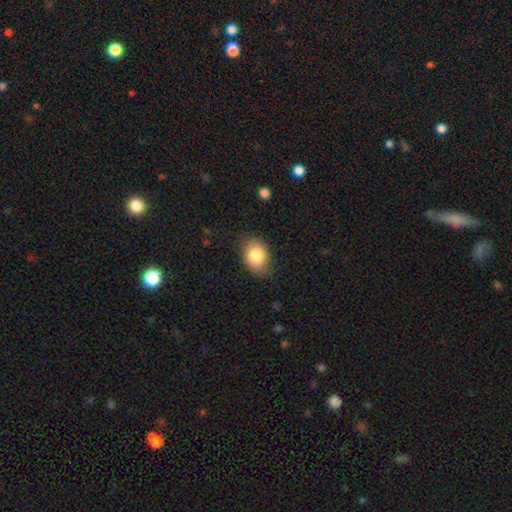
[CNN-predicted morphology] smooth_or_featured: smooth (p=0.83) [alt: featured or disk p=0.10]
how_rounded: in between (p=0.77) [alt: round p=0.22]
merging: none (p=0.77) [alt: minor disturbance p=0.18]